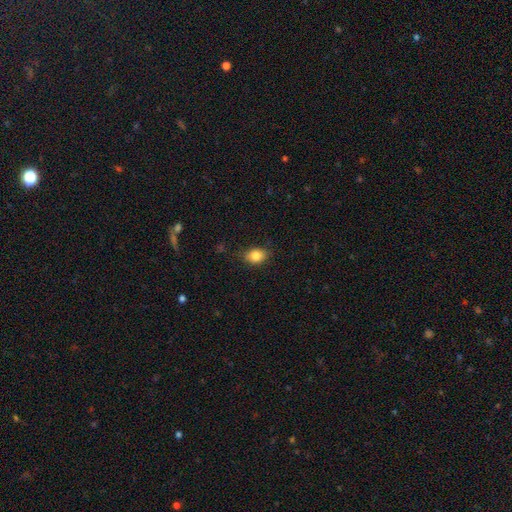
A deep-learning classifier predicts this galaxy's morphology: Smooth or featured: smooth — 83% (star or artifact — 9%)
How rounded: in between — 69% (round — 29%)
Merging: none — 81% (minor disturbance — 15%)